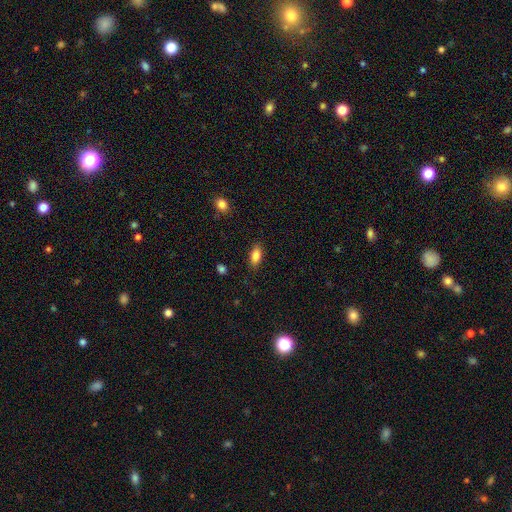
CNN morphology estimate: Smooth or featured? Predicted: smooth (p=0.86). How rounded? Predicted: in between (p=0.87). Merging? Predicted: none (p=0.86).